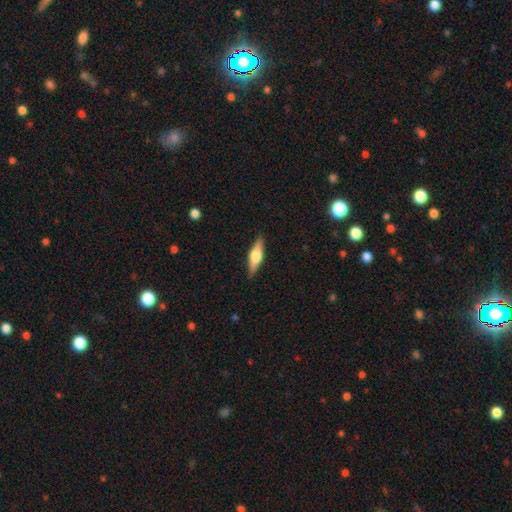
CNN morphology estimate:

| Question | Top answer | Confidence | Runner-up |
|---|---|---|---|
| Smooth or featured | featured or disk | 51% | smooth (43%) |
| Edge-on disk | yes | 95% | no (5%) |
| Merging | none | 89% | minor disturbance (9%) |